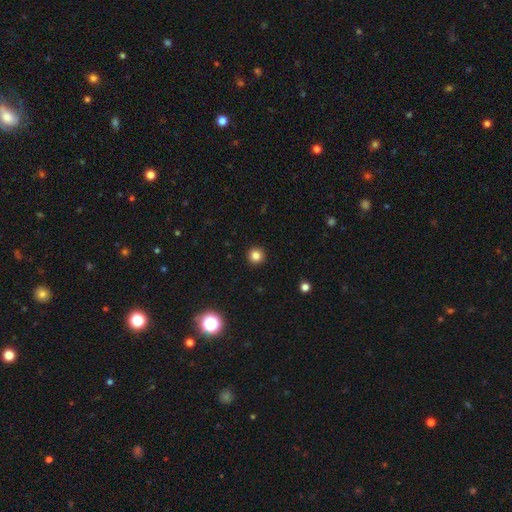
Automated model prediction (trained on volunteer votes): This appears to be a smooth galaxy with no disk features (83%) that is round (96%). Merging: none (93%).